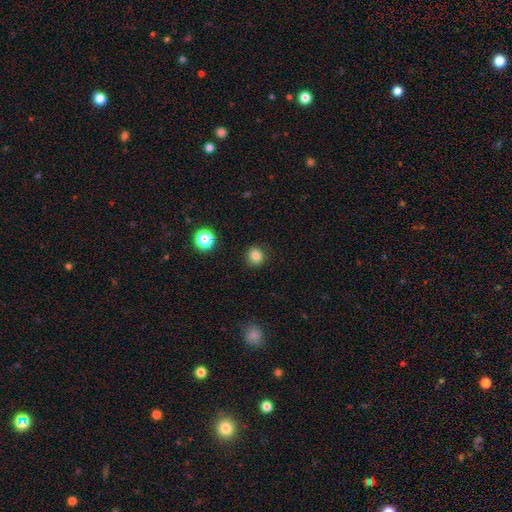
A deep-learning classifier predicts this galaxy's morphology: Smooth or featured? Predicted: smooth (p=0.84). How rounded? Predicted: round (p=0.85). Merging? Predicted: none (p=0.88).